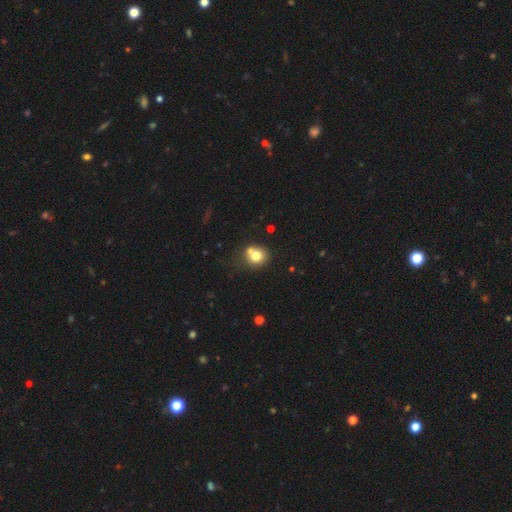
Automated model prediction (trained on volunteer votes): Q: Smooth or featured?
A: smooth (74%); runner-up: featured or disk (15%)
Q: How rounded?
A: round (78%); runner-up: in between (21%)
Q: Merging?
A: none (54%); runner-up: merger (28%)